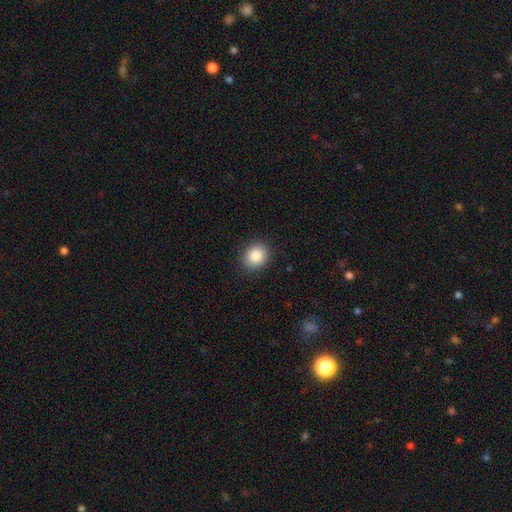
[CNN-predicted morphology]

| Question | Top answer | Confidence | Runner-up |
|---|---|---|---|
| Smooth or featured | smooth | 86% | star or artifact (9%) |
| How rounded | round | 69% | in between (31%) |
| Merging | none | 90% | minor disturbance (7%) |